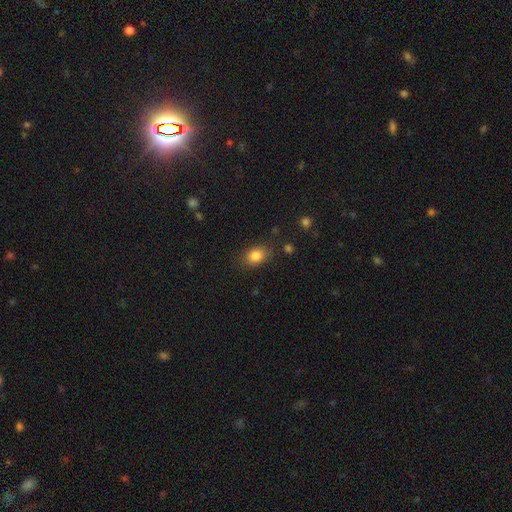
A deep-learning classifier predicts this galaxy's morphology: A smooth galaxy with no disk features (83%) that is in between round and cigar-shaped (72%).

Vote fractions:
- Smooth or featured? smooth: 83% / star or artifact: 10% / featured or disk: 7%
- How rounded? in between: 72% / round: 27% / cigar-shaped: 1%
- Merging? none: 82% / minor disturbance: 12% / major disturbance: 4% / merger: 2%